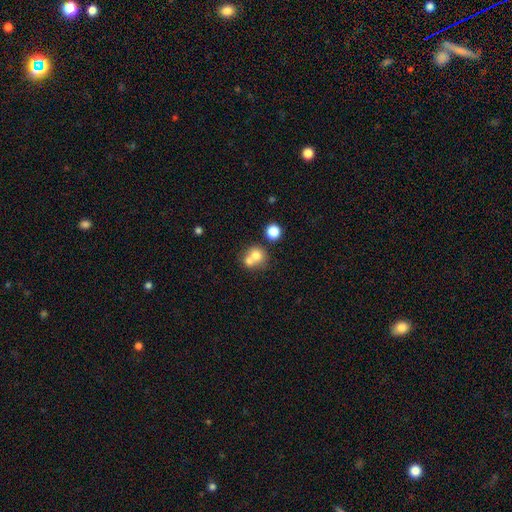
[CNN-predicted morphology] Q: Smooth or featured?
A: smooth (71%); runner-up: featured or disk (17%)
Q: How rounded?
A: round (81%); runner-up: in between (18%)
Q: Merging?
A: merger (58%); runner-up: none (34%)